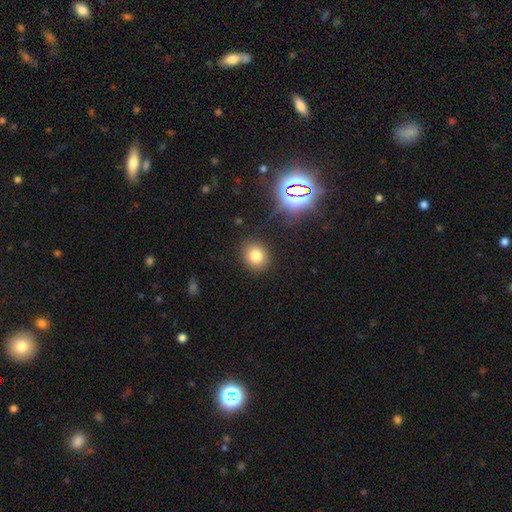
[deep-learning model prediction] This appears to be a smooth galaxy with no disk features (77%) that is round (75%). Merging: none (88%).